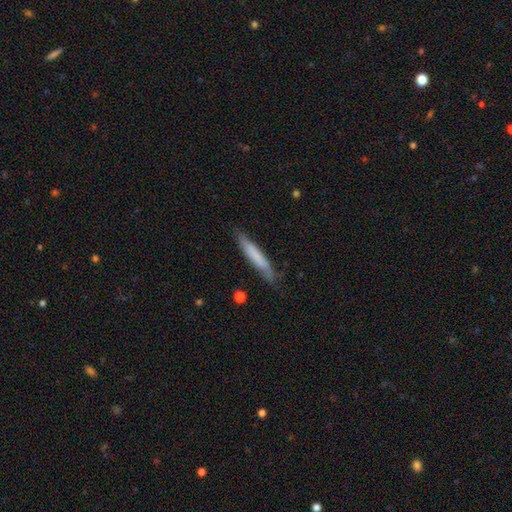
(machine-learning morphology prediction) smooth 66%, featured or disk 28%, star or artifact 6%. Down the decision tree: how rounded — cigar-shaped (92%); merging — none (79%).